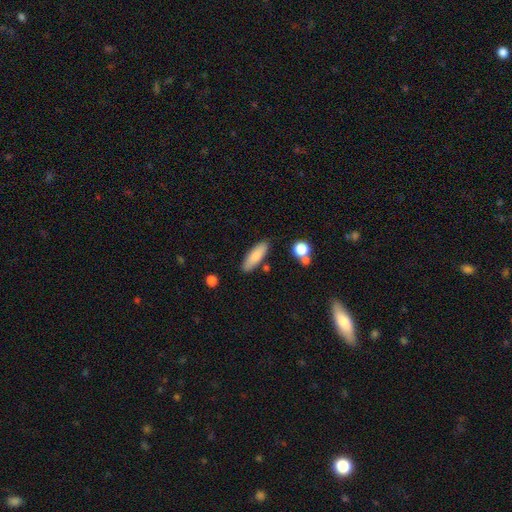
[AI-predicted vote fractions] Morphology: type=smooth (82%); roundness=in between (53%); merging=none (82%).